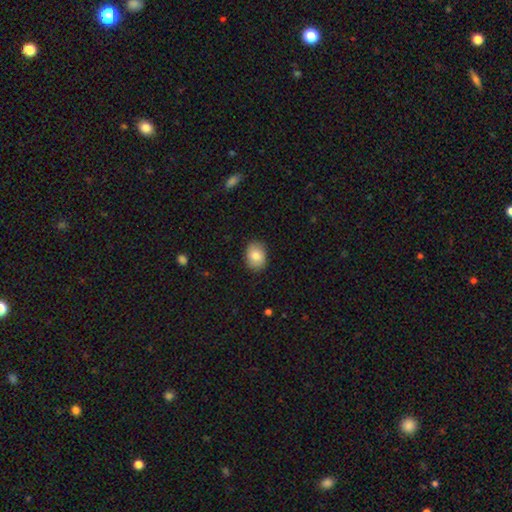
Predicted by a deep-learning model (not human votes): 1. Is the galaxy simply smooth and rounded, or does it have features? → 83% smooth, 10% featured or disk, 7% star or artifact.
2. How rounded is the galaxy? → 65% in between, 34% round, 1% cigar-shaped.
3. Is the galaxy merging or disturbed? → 87% none, 10% minor disturbance, 2% major disturbance, 1% merger.